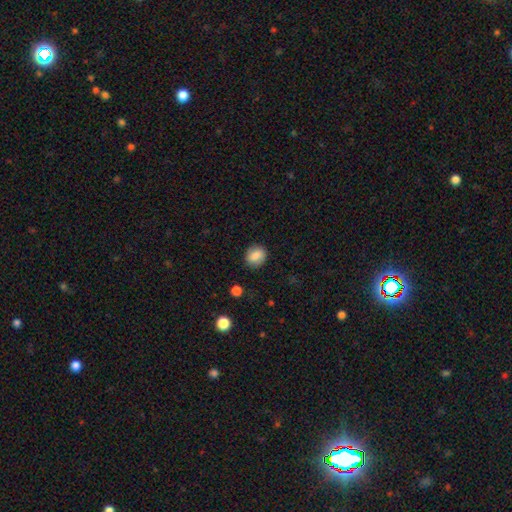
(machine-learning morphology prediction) Smooth or featured? smooth (80%)
How rounded? round (72%)
Merging? none (86%)